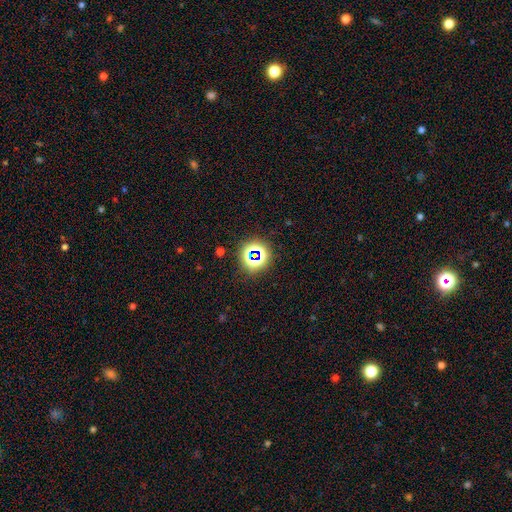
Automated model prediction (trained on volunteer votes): star or artifact 67%, smooth 23%, featured or disk 10%.